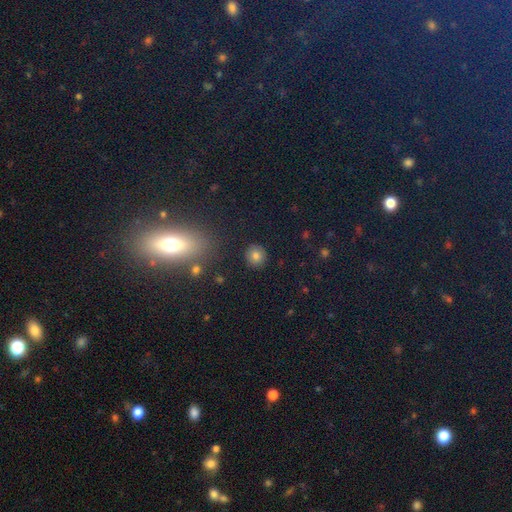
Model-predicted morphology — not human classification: Q: Smooth or featured?
A: smooth (80%); runner-up: star or artifact (12%)
Q: How rounded?
A: round (92%); runner-up: in between (7%)
Q: Merging?
A: none (91%); runner-up: minor disturbance (6%)